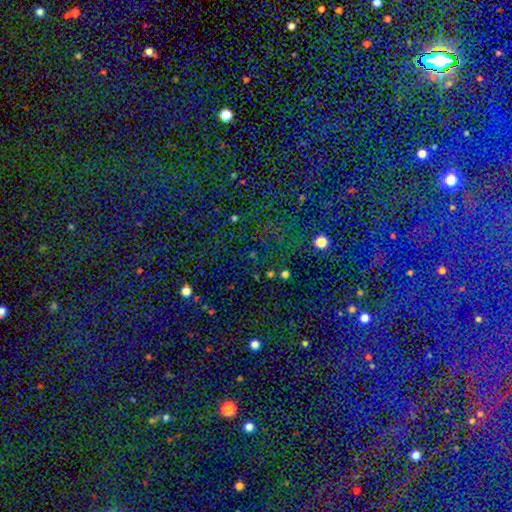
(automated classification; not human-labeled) This is clearly a star or artifact rather than a galaxy (83%).